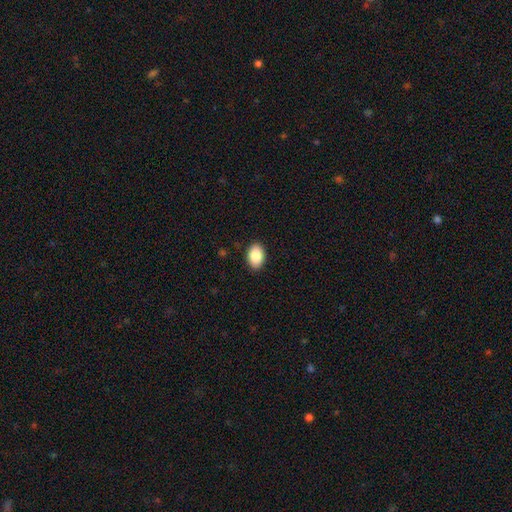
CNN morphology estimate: The model was most divided on "how rounded": in between: 88%, round: 11%, cigar-shaped: 1%. More confident: merging — none (89%); smooth or featured — smooth (87%).